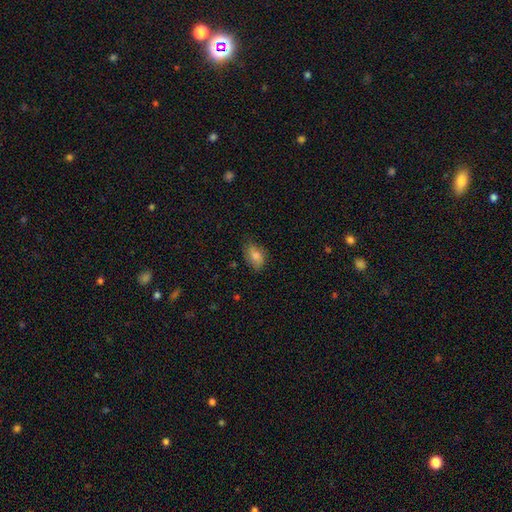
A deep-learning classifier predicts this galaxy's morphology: smooth_or_featured: smooth (p=0.75) [alt: featured or disk p=0.16]
how_rounded: in between (p=0.87) [alt: round p=0.11]
merging: none (p=0.73) [alt: minor disturbance p=0.22]